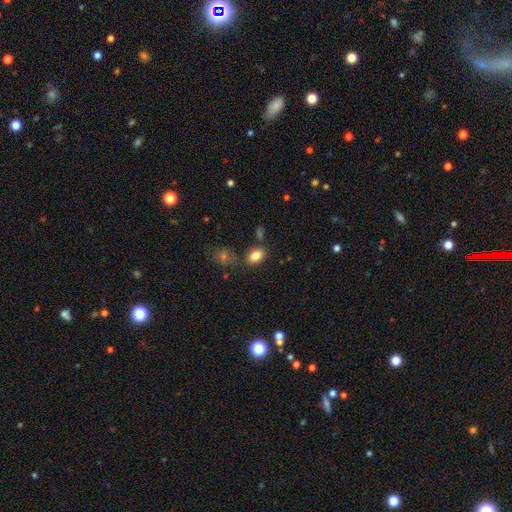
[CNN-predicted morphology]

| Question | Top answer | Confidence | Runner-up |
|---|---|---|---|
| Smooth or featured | smooth | 83% | star or artifact (10%) |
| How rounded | in between | 81% | round (17%) |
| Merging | none | 77% | minor disturbance (13%) |